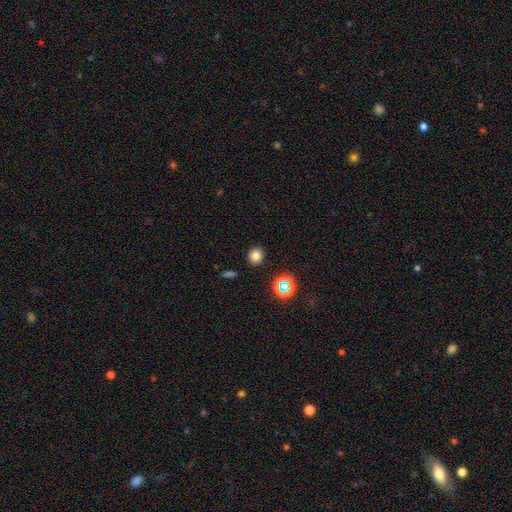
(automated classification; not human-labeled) Smooth or featured?
  - smooth: 76% *
  - star or artifact: 17%
  - featured or disk: 6%
How rounded?
  - round: 76% *
  - in between: 23%
  - cigar-shaped: 1%
Merging?
  - none: 89% *
  - minor disturbance: 7%
  - major disturbance: 2%
  - merger: 2%